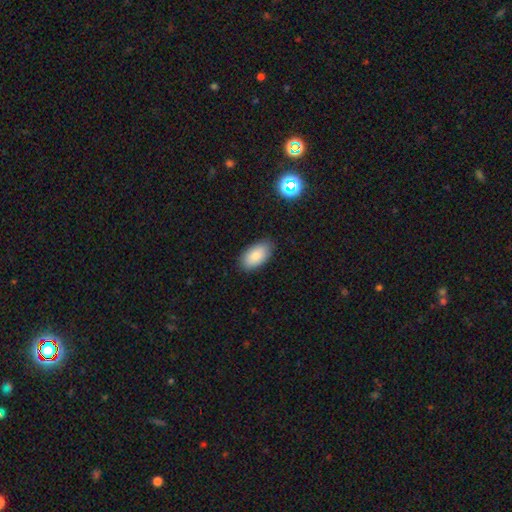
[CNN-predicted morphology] Smooth or featured?
  - smooth: 84% *
  - featured or disk: 8%
  - star or artifact: 8%
How rounded?
  - in between: 94% *
  - round: 3%
  - cigar-shaped: 2%
Merging?
  - none: 86% *
  - minor disturbance: 11%
  - major disturbance: 2%
  - merger: 1%